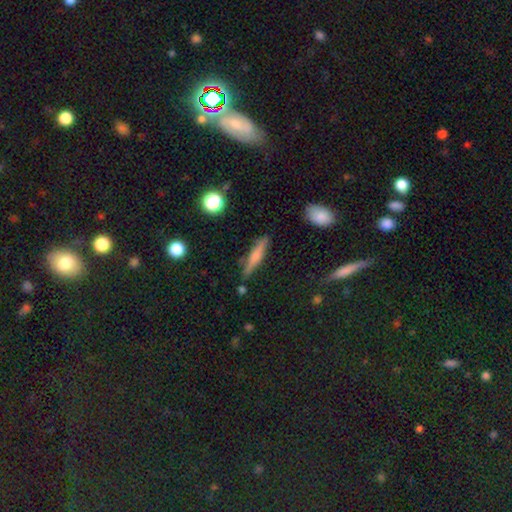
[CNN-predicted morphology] smooth_or_featured: smooth (p=0.54) [alt: featured or disk p=0.38]
how_rounded: cigar-shaped (p=0.86) [alt: in between p=0.12]
merging: none (p=0.84) [alt: minor disturbance p=0.11]